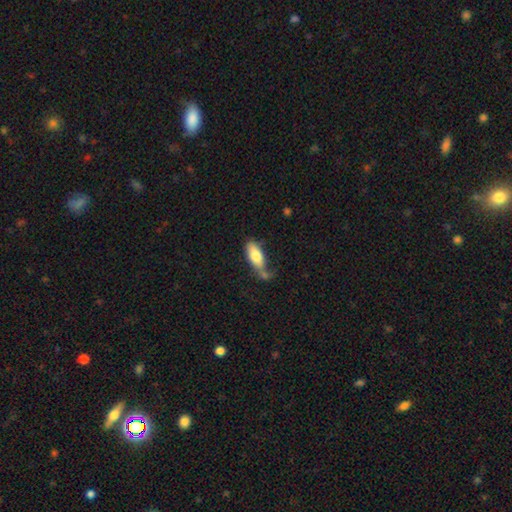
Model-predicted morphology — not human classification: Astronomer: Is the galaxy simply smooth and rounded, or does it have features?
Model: smooth — 77%.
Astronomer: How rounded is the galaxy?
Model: in between — 83%.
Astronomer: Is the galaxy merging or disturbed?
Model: none — 39% (runner-up: minor disturbance, 25%).